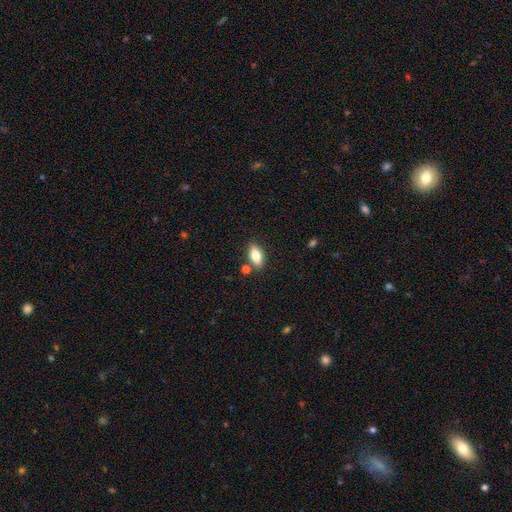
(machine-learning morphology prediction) smooth 76%, featured or disk 17%, star or artifact 7%. Down the decision tree: how rounded — in between (85%); merging — none (80%).